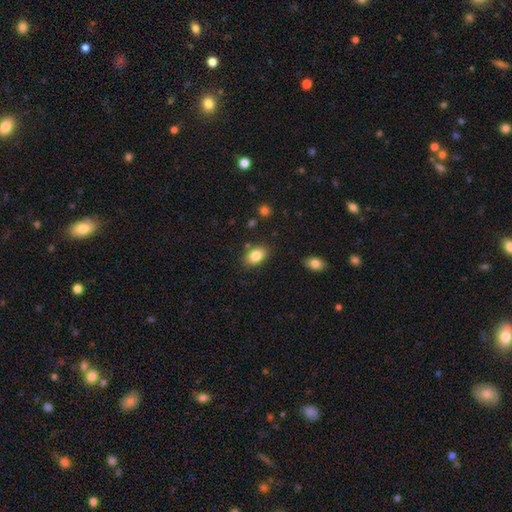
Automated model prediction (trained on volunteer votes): The model was most divided on "merging": none: 82%, minor disturbance: 12%, merger: 3%, major disturbance: 3%. More confident: how rounded — in between (85%); smooth or featured — smooth (84%).